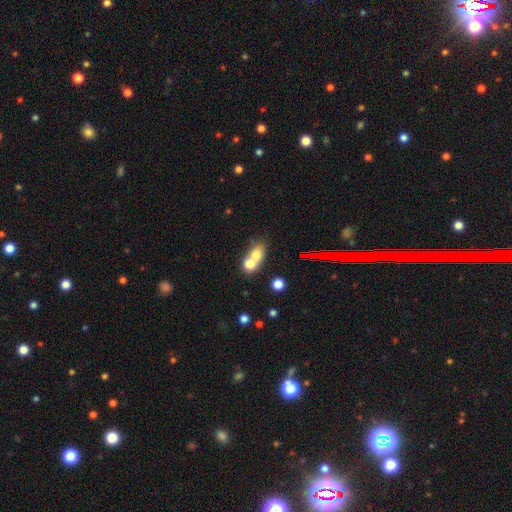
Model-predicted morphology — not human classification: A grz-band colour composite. It shows a smooth galaxy with no disk features (70%) that is round (50%). Merging: merger (71%).